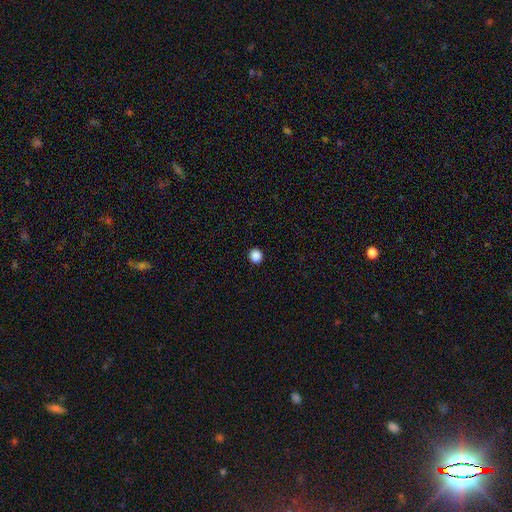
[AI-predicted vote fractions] smooth-or-featured: smooth: 88% | star or artifact: 10% | featured or disk: 2%
  how-rounded: round: 92% | in between: 7% | cigar-shaped: 1%
  merging: none: 94% | minor disturbance: 4% | major disturbance: 1% | merger: 1%